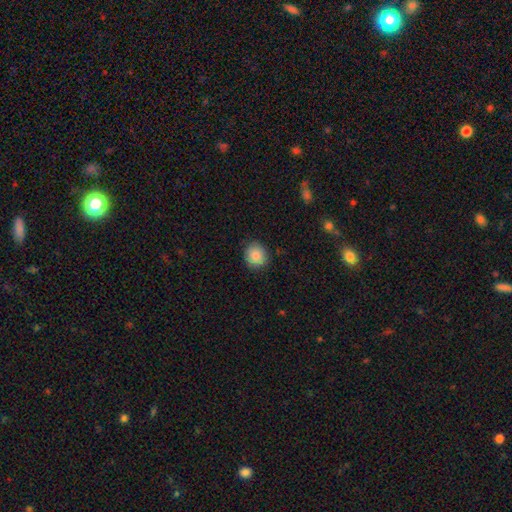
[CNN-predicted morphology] A smooth galaxy with no disk features (86%) that is round (78%).

Vote fractions:
- Smooth or featured? smooth: 86% / star or artifact: 8% / featured or disk: 6%
- How rounded? round: 78% / in between: 21% / cigar-shaped: 1%
- Merging? none: 86% / minor disturbance: 10% / major disturbance: 2% / merger: 1%